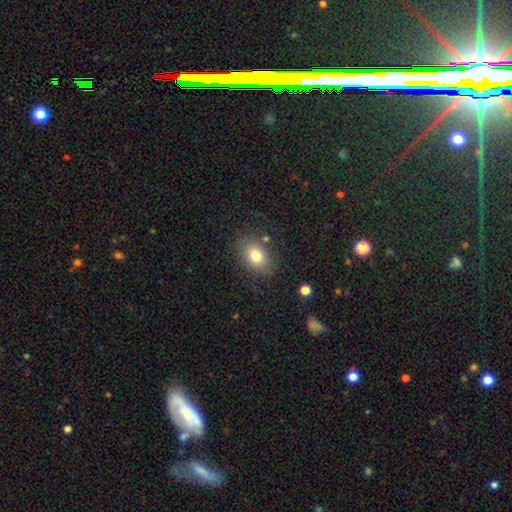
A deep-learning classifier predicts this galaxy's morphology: The model was most divided on "how rounded": in between: 75%, round: 24%, cigar-shaped: 1%. More confident: merging — none (78%); smooth or featured — smooth (76%).